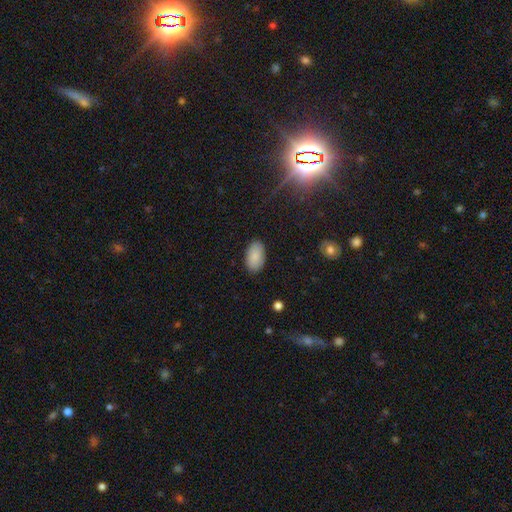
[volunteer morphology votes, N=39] Smooth or featured? 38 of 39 (97%) said smooth. How rounded? 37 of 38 (97%) said in between. Merging? 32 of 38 (84%) said none.